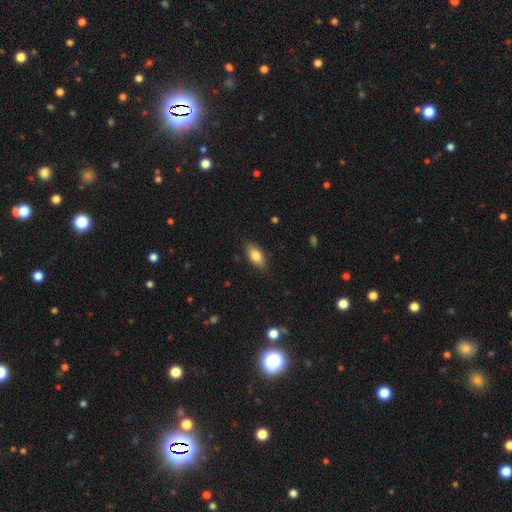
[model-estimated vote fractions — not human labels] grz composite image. It shows a smooth galaxy with no disk features (81%) that is in between round and cigar-shaped (87%). Merging: none (84%).